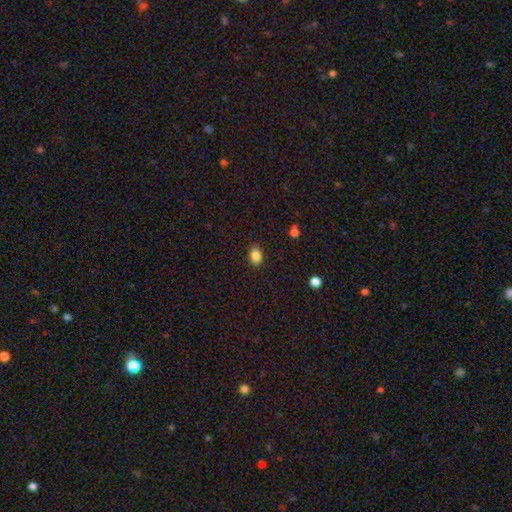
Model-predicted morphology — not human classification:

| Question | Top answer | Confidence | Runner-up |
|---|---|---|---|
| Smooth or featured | smooth | 85% | star or artifact (10%) |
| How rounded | in between | 70% | round (29%) |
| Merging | none | 88% | minor disturbance (9%) |